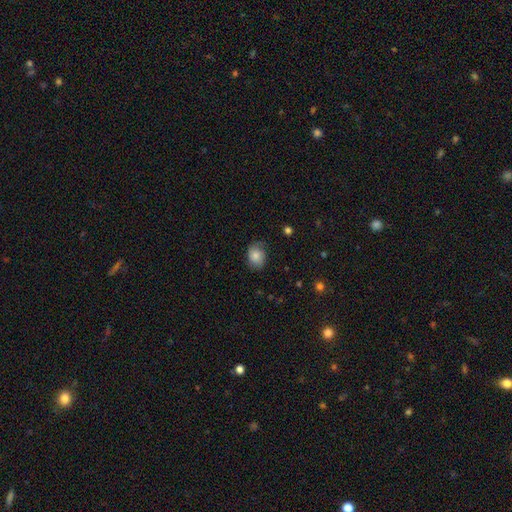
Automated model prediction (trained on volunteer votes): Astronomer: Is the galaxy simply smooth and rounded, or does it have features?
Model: smooth — 75%.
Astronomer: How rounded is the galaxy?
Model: in between — 53% (runner-up: round, 46%).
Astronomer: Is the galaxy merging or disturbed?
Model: none — 65%.